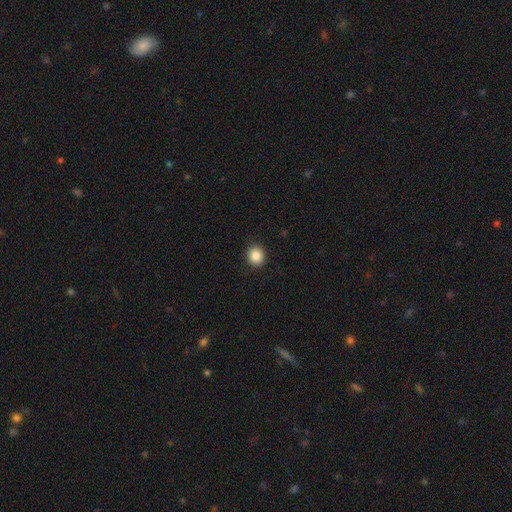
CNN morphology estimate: A smooth galaxy with no disk features (87%) that is round (83%). Merging: none (90%).